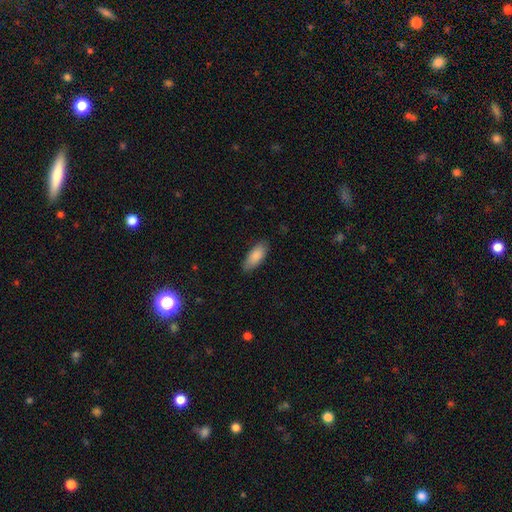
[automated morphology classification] smooth-or-featured: smooth: 88% | featured or disk: 7% | star or artifact: 6%
  how-rounded: in between: 81% | cigar-shaped: 17% | round: 2%
  merging: none: 85% | minor disturbance: 12% | major disturbance: 2% | merger: 1%